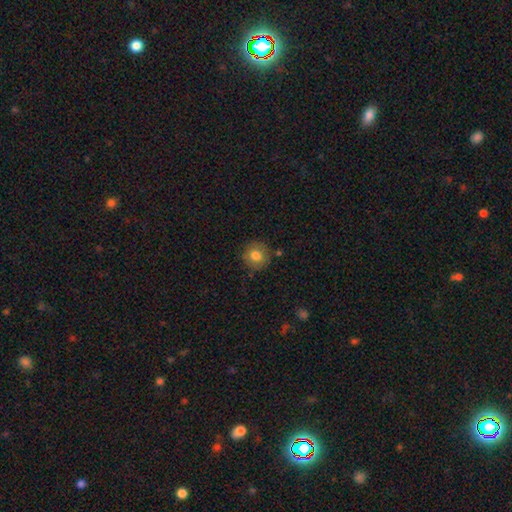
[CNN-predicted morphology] A smooth galaxy with no disk features (80%) that is round (92%). Merging: none (86%).